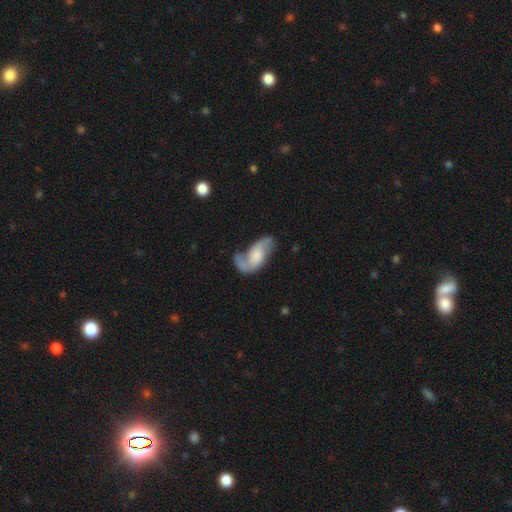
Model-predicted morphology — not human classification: The model was most divided on "bulge size": none: 32%, large: 24%, moderate: 21%, small: 18%, dominant: 5%. More confident: edge-on disk — no (96%); spiral arms — yes (94%); spiral arm count — 2 (84%); smooth or featured — featured or disk (78%); spiral winding — loose (66%); bar — no (59%); merging — none (55%).